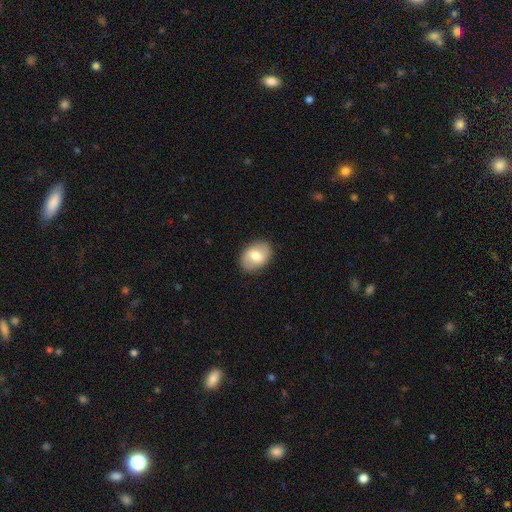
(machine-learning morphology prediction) Q: Smooth or featured?
A: smooth (63%); runner-up: featured or disk (31%)
Q: How rounded?
A: in between (78%); runner-up: round (20%)
Q: Merging?
A: none (87%); runner-up: minor disturbance (10%)